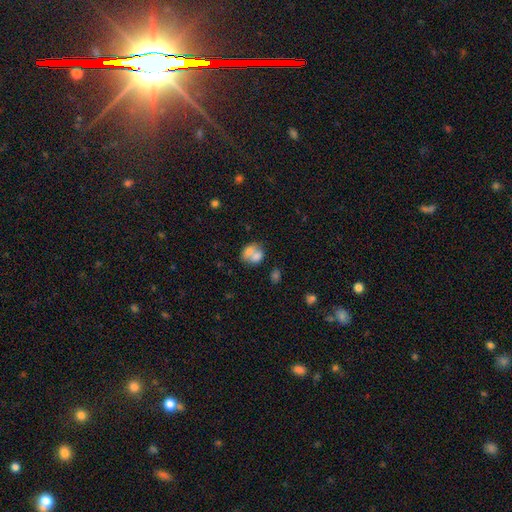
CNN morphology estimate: type=smooth (70%); roundness=in between (57%); merging=merger (65%).